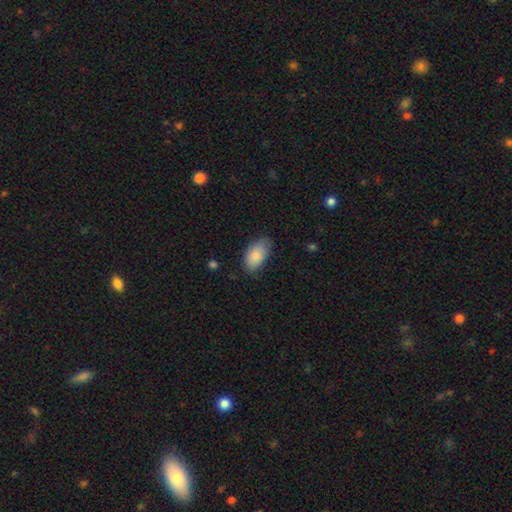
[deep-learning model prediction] smooth 82%, featured or disk 12%, star or artifact 7%. Down the decision tree: how rounded — in between (94%); merging — none (69%).